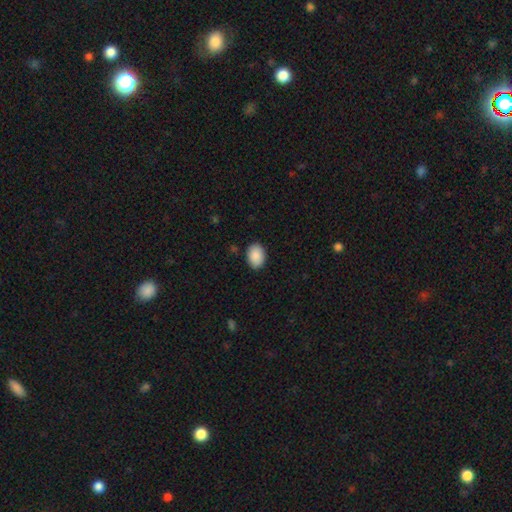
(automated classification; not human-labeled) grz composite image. It shows a smooth galaxy with no disk features (91%) that is in between round and cigar-shaped (75%). Merging: none (88%).